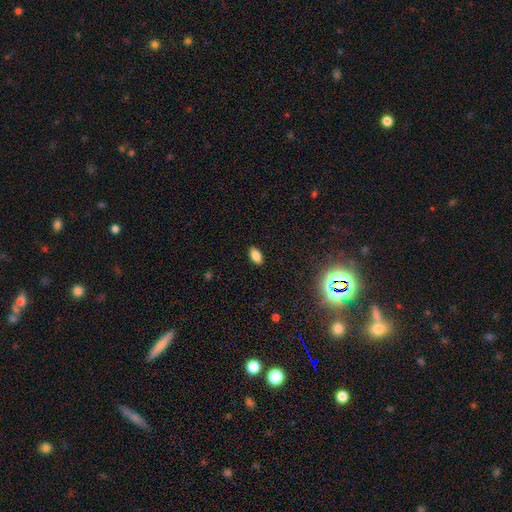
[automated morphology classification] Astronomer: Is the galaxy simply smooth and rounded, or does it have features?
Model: smooth — 84%.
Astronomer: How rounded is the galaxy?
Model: in between — 91%.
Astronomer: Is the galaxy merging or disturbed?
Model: none — 89%.